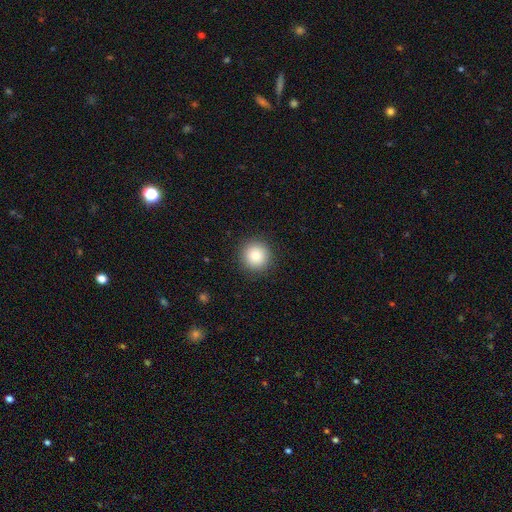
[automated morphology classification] type=smooth (87%); roundness=round (95%); merging=none (91%).